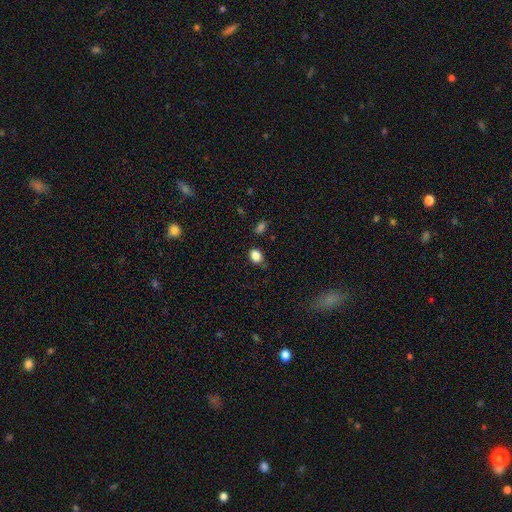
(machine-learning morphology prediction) A smooth galaxy with no disk features (85%) that is in between round and cigar-shaped (56%).

Vote fractions:
- Smooth or featured? smooth: 85% / star or artifact: 10% / featured or disk: 4%
- How rounded? in between: 56% / round: 43% / cigar-shaped: 1%
- Merging? none: 75% / minor disturbance: 18% / major disturbance: 4% / merger: 3%